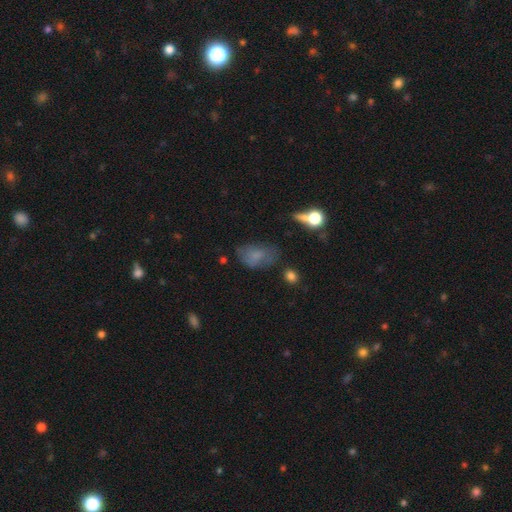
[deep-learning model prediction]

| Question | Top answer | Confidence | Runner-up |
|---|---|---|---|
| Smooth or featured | smooth | 67% | featured or disk (20%) |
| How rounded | in between | 88% | round (9%) |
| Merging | none | 48% | minor disturbance (30%) |